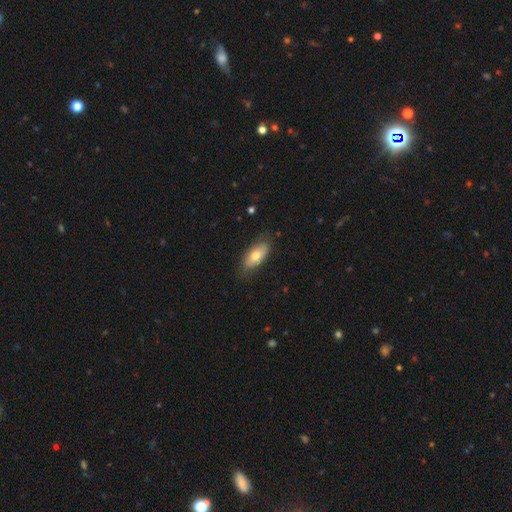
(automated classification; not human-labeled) Smooth or featured? Predicted: smooth (p=0.68). How rounded? Predicted: in between (p=0.85). Merging? Predicted: none (p=0.79).